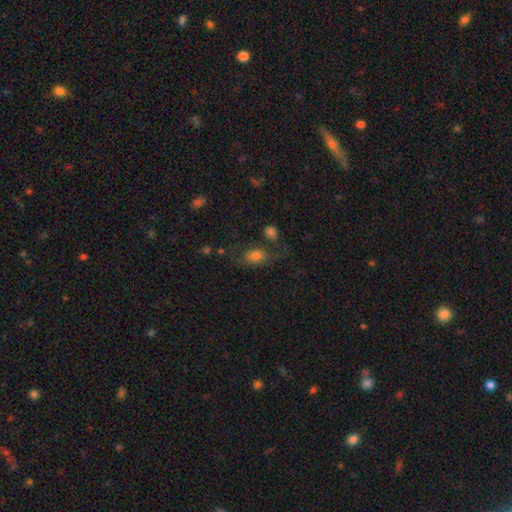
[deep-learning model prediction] Overall: smooth (67%). How rounded: in between (81%). Merging: none (47%; minor disturbance 22%).